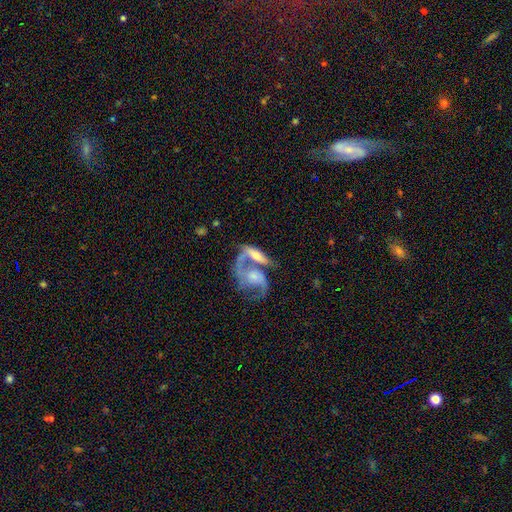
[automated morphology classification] type=featured or disk (76%); edge-on=no (92%); bar=no (54%); spiral arms=yes (89%); winding=loose (43%); arm count=2 (82%); bulge=moderate (41%); merging=merger (61%).